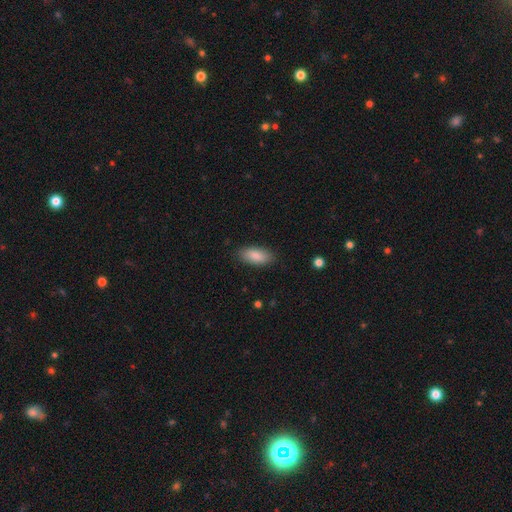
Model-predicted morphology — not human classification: Smooth or featured? Predicted: smooth (p=0.88). How rounded? Predicted: in between (p=0.86). Merging? Predicted: none (p=0.86).